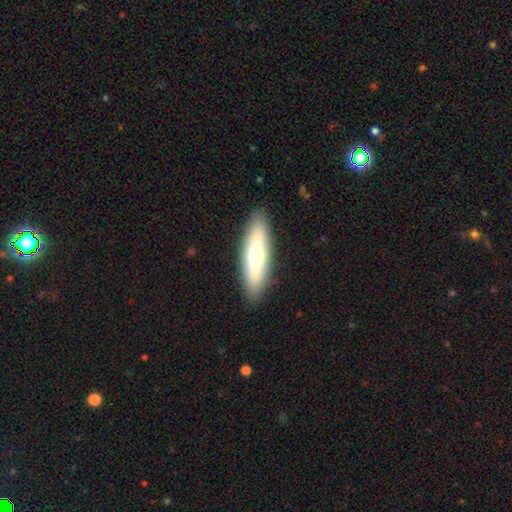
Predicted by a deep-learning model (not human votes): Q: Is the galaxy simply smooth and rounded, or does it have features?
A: smooth — 61%.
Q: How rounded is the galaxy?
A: cigar-shaped — 62%.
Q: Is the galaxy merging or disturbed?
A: none — 89%.